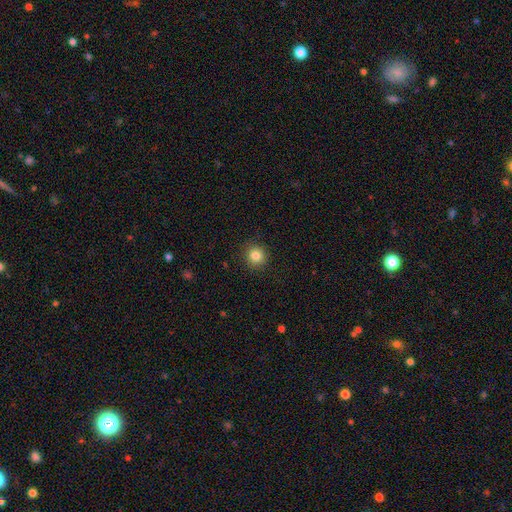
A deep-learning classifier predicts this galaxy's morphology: This appears to be a smooth galaxy with no disk features (83%) that is round (92%). Merging: none (91%).